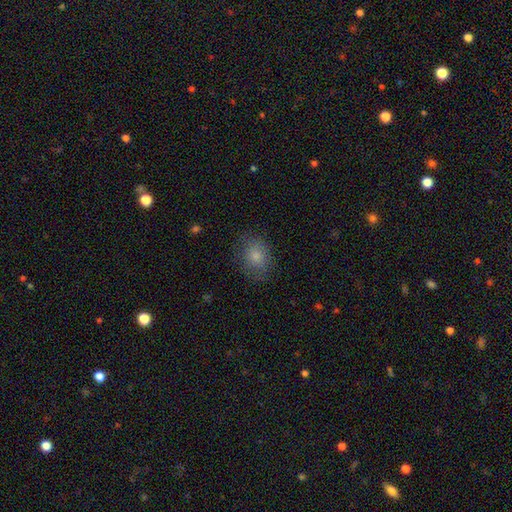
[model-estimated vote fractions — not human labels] smooth 74%, star or artifact 13%, featured or disk 13%. Down the decision tree: how rounded — in between (54%); merging — none (79%).